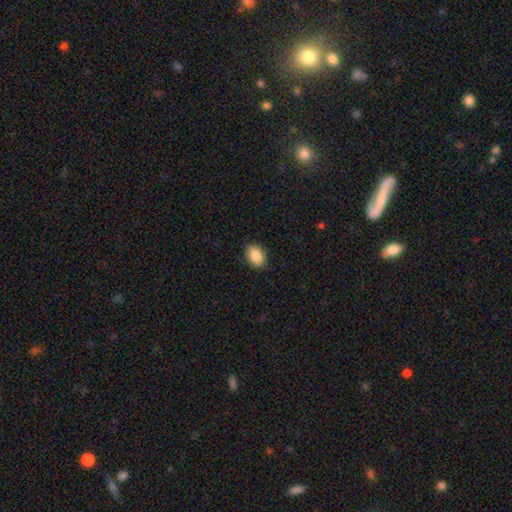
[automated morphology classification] The model was most divided on "how rounded": in between: 86%, round: 13%, cigar-shaped: 1%. More confident: smooth or featured — smooth (88%); merging — none (87%).